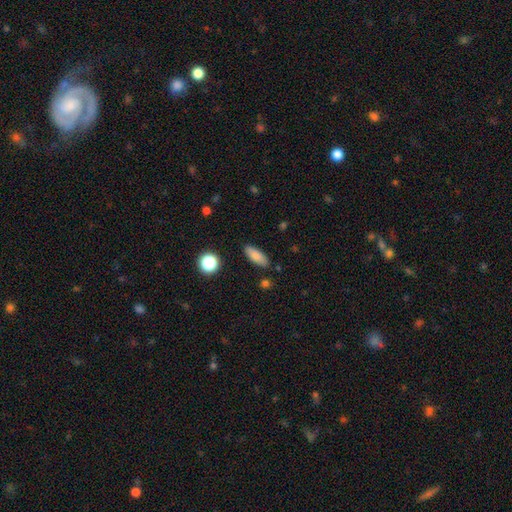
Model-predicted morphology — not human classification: type=smooth (83%); roundness=in between (72%); merging=none (86%).